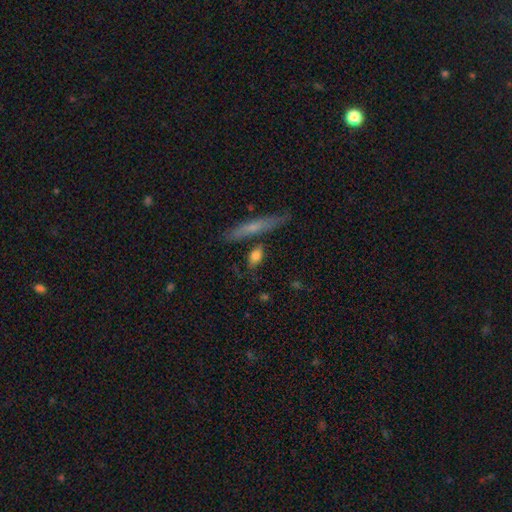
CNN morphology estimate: A smooth galaxy with no disk features (74%) that is in between round and cigar-shaped (60%).

Vote fractions:
- Smooth or featured? smooth: 74% / featured or disk: 18% / star or artifact: 8%
- How rounded? in between: 60% / cigar-shaped: 27% / round: 12%
- Merging? none: 68% / minor disturbance: 16% / merger: 10% / major disturbance: 5%